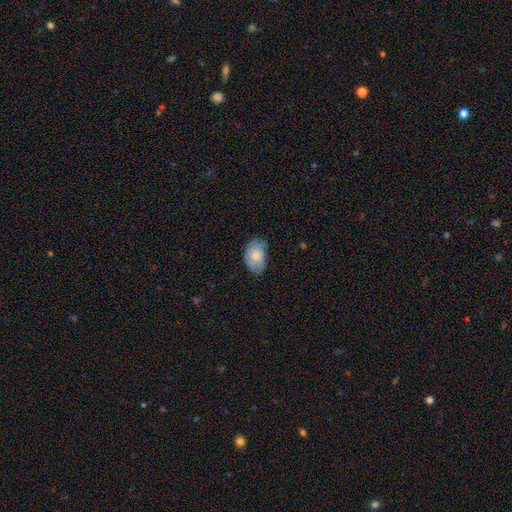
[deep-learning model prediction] This appears to be a smooth galaxy with no disk features (69%) that is in between round and cigar-shaped (87%). Merging: none (64%).